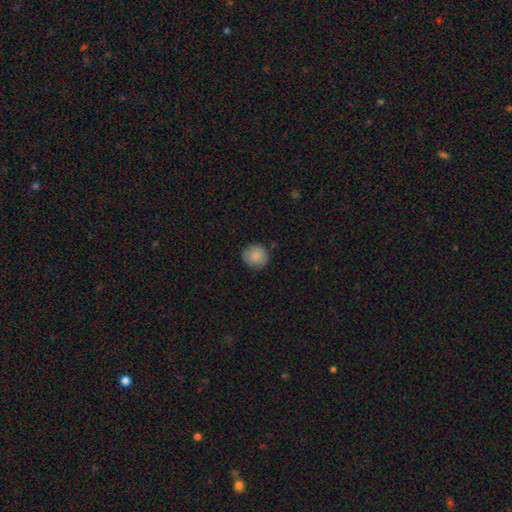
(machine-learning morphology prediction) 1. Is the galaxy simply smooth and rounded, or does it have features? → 86% smooth, 7% star or artifact, 7% featured or disk.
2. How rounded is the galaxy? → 92% round, 7% in between, 1% cigar-shaped.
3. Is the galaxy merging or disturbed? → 87% none, 9% minor disturbance, 2% major disturbance, 1% merger.